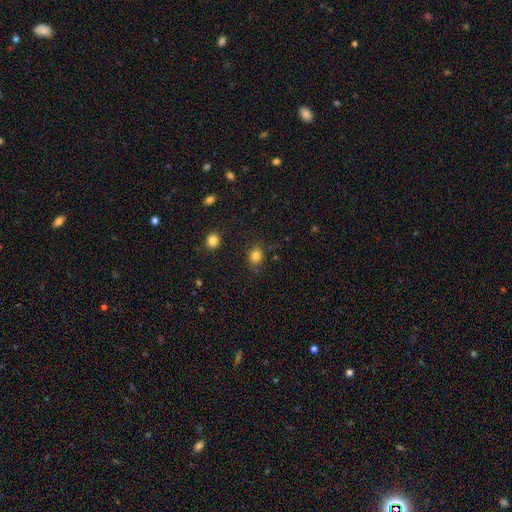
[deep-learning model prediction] Overall: smooth (83%). How rounded: round (63%; in between 36%). Merging: none (79%).